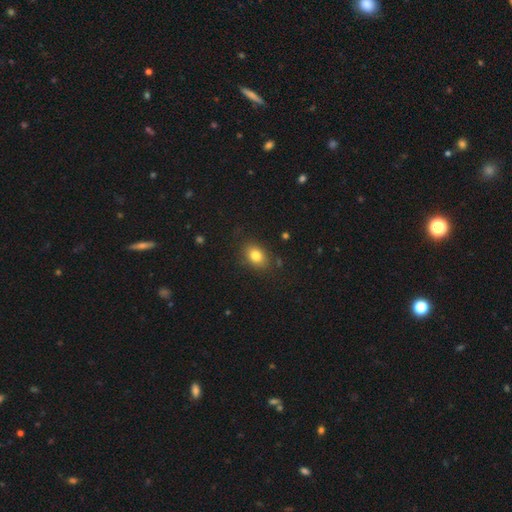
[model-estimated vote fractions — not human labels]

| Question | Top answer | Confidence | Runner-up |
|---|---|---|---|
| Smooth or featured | smooth | 81% | star or artifact (10%) |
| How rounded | in between | 76% | round (22%) |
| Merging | none | 83% | minor disturbance (12%) |